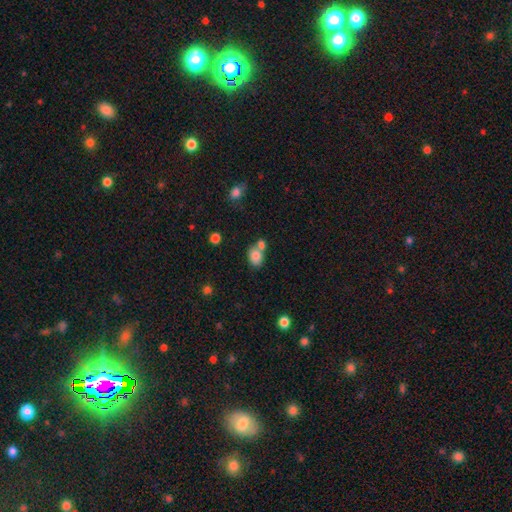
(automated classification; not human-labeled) Q: Smooth or featured?
A: smooth (81%); runner-up: featured or disk (10%)
Q: How rounded?
A: in between (62%); runner-up: round (36%)
Q: Merging?
A: none (43%); runner-up: merger (41%)